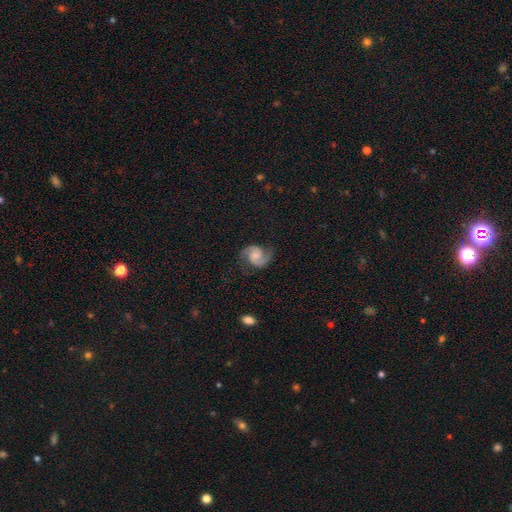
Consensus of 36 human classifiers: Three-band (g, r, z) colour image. It shows a featured or disk galaxy (92%) with no bar (64%), 2 (97%) medium (36%) spiral arms (100%) and a moderate central bulge (42%). Merging: none (79%).